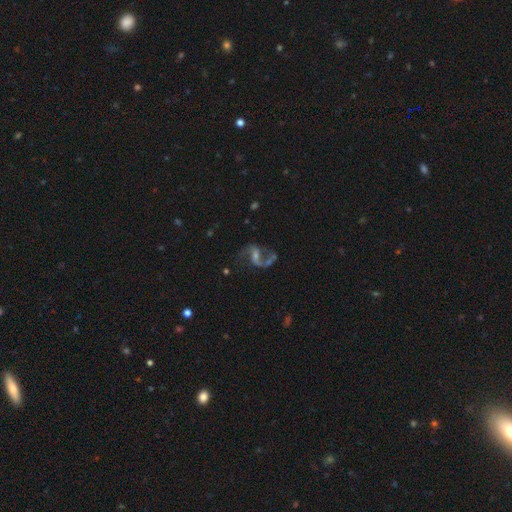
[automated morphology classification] featured or disk 86%, star or artifact 8%, smooth 6%. Down the decision tree: edge-on disk — no (98%); bar — weak (50%); spiral arms — yes (95%); spiral arm count — 2 (88%); spiral winding — loose (65%); bulge size — small (48%); merging — none (60%).